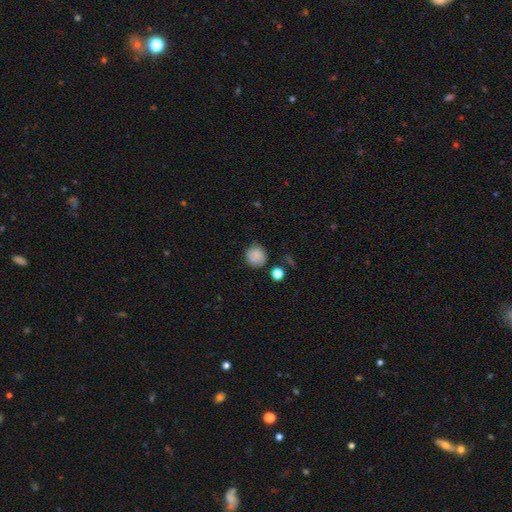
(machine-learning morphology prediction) smooth-or-featured: smooth: 82% | star or artifact: 9% | featured or disk: 9%
  how-rounded: round: 89% | in between: 10% | cigar-shaped: 1%
  merging: none: 76% | minor disturbance: 17% | major disturbance: 4% | merger: 3%